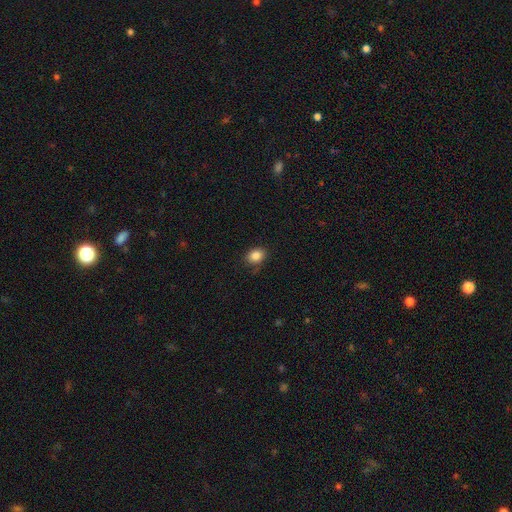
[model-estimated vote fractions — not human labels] Smooth or featured? smooth (86%)
How rounded? in between (52%)
Merging? none (81%)